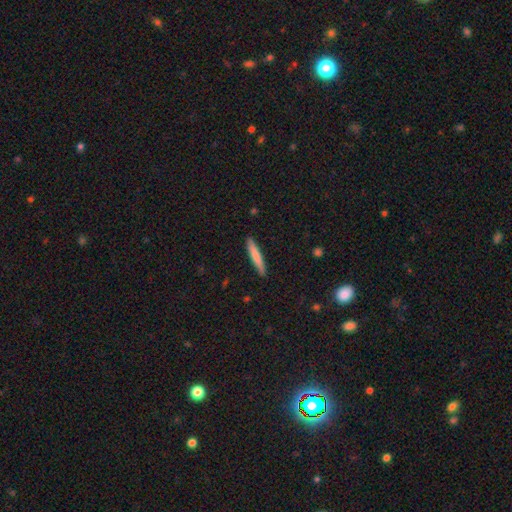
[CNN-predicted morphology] Smooth or featured? smooth (76%)
How rounded? cigar-shaped (94%)
Merging? none (90%)